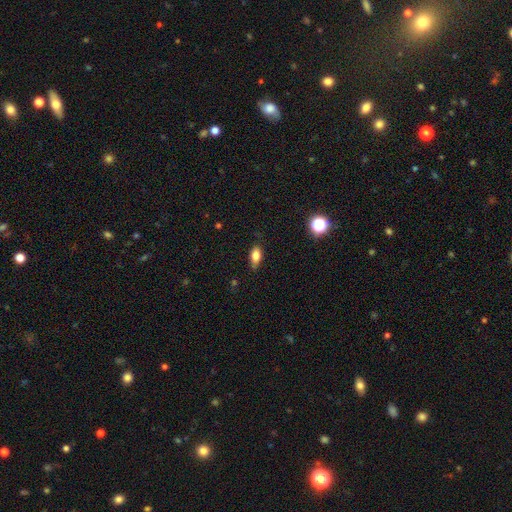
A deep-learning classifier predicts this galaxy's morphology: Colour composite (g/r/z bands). It shows a smooth galaxy with no disk features (78%) that is in between round and cigar-shaped (82%). Merging: none (75%).